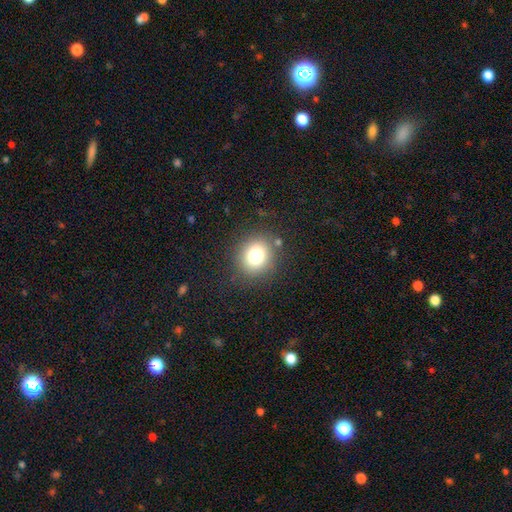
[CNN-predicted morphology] Overall: smooth (78%). How rounded: round (78%). Merging: none (84%).